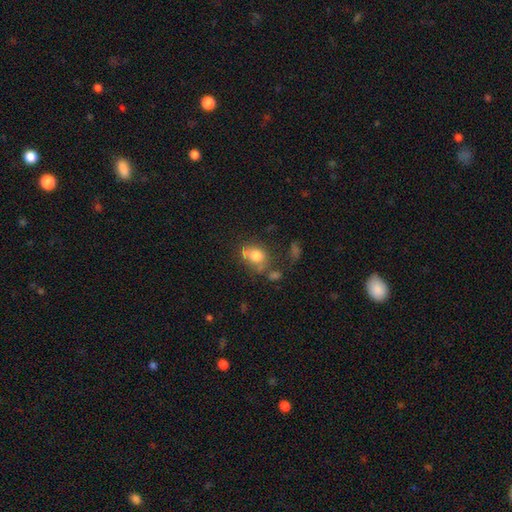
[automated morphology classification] smooth_or_featured: smooth (p=0.73) [alt: featured or disk p=0.16]
how_rounded: round (p=0.50) [alt: in between p=0.49]
merging: none (p=0.47) [alt: minor disturbance p=0.22]